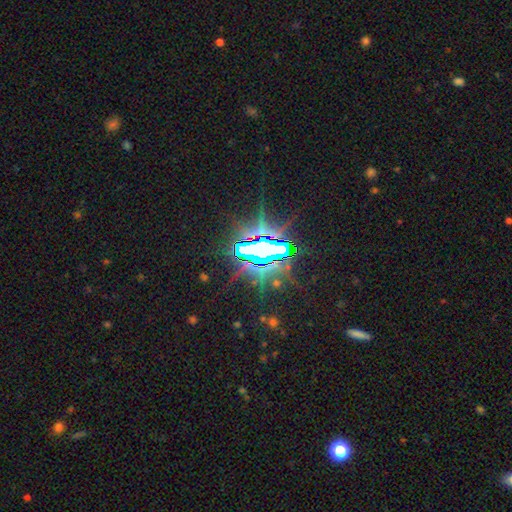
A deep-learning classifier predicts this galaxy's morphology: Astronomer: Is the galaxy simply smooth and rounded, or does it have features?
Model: star or artifact — 81%.